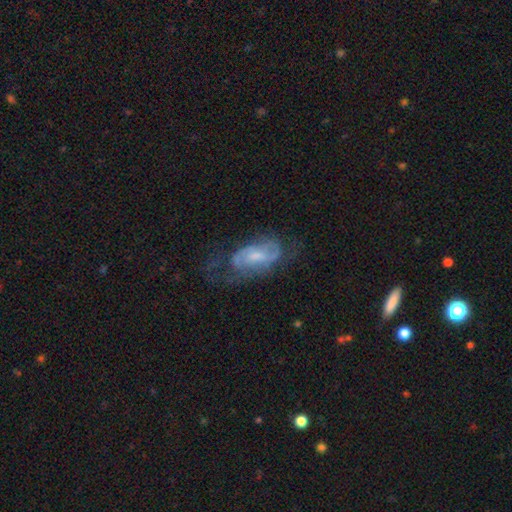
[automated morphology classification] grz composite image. It shows a featured or disk galaxy (70%) with a weak bar (46%), 2 (57%) medium (45%) spiral arms (82%) and a small central bulge (48%). Merging: none (47%).